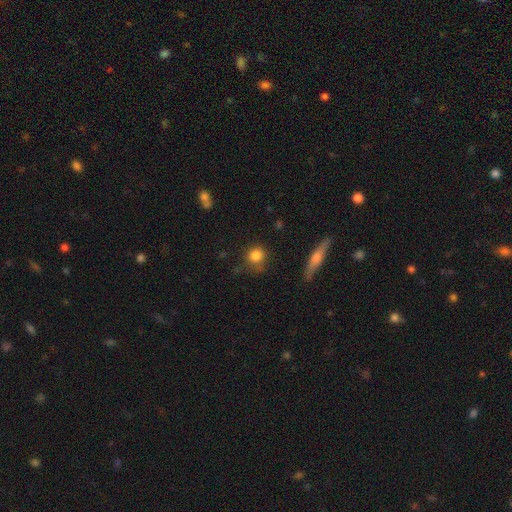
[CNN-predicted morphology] The model was most divided on "merging": none: 69%, minor disturbance: 21%, major disturbance: 7%, merger: 3%. More confident: how rounded — round (85%); smooth or featured — smooth (82%).